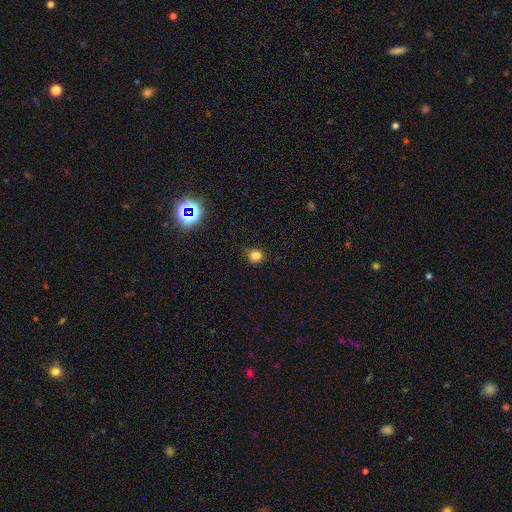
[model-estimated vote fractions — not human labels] A smooth galaxy with no disk features (80%) that is round (80%). Merging: none (80%).